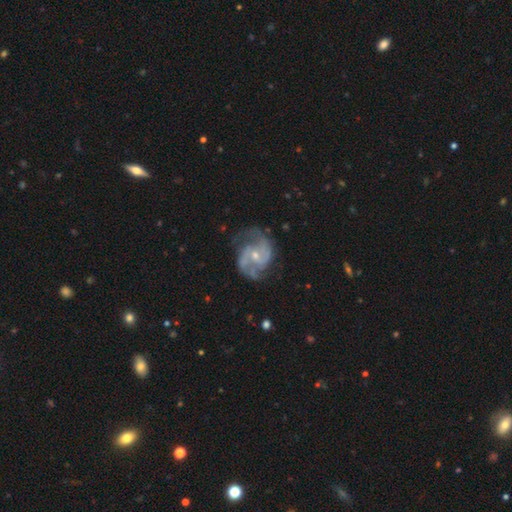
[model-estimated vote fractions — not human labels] Overall: featured or disk (87%). Edge-on disk: no (98%). Bar: no (51%; weak 40%). Spiral arms: yes (95%). Spiral arm count: 2 (76%). Spiral winding: medium (55%; tight 25%). Bulge size: small (59%; moderate 37%). Merging: none (64%).